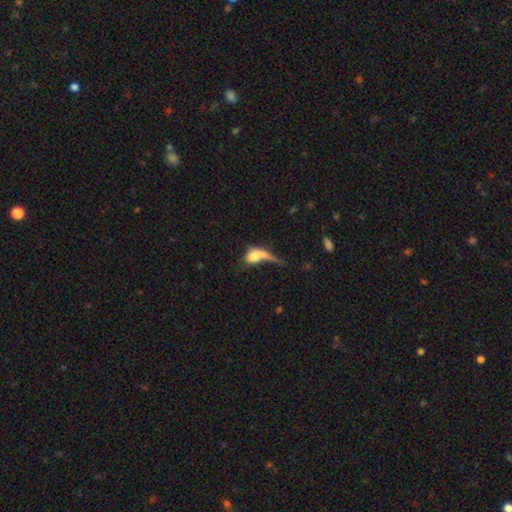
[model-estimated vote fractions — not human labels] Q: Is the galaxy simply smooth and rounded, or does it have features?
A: smooth — 61%.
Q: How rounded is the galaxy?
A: in between — 70%.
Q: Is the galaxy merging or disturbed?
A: major disturbance — 45%.